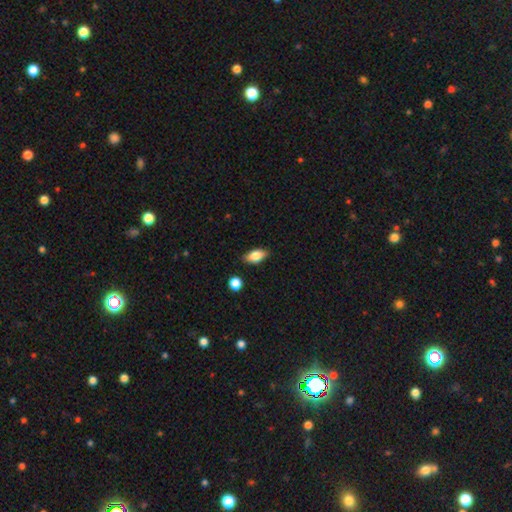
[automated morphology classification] Smooth or featured: smooth — 79% (featured or disk — 13%)
How rounded: in between — 87% (round — 7%)
Merging: none — 83% (minor disturbance — 12%)